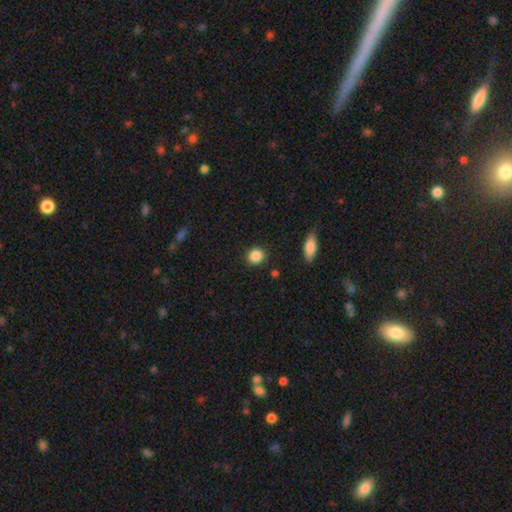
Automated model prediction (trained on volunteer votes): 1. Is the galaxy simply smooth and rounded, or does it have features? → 87% smooth, 9% star or artifact, 4% featured or disk.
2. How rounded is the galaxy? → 85% round, 14% in between, 1% cigar-shaped.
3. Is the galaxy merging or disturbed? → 89% none, 7% minor disturbance, 2% major disturbance, 2% merger.